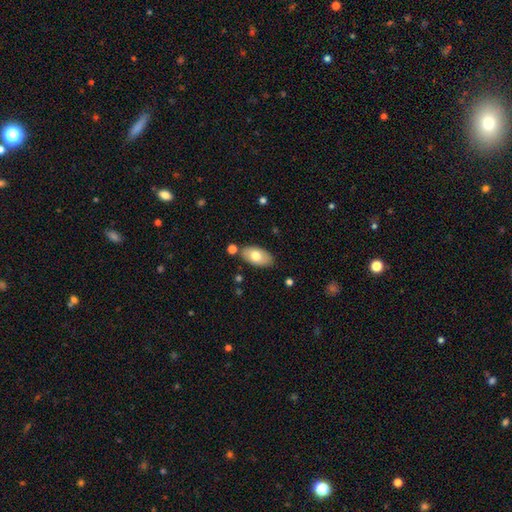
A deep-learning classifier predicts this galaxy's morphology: Smooth or featured?
  - smooth: 72% *
  - featured or disk: 22%
  - star or artifact: 7%
How rounded?
  - in between: 94% *
  - round: 3%
  - cigar-shaped: 3%
Merging?
  - none: 79% *
  - minor disturbance: 13%
  - merger: 6%
  - major disturbance: 3%